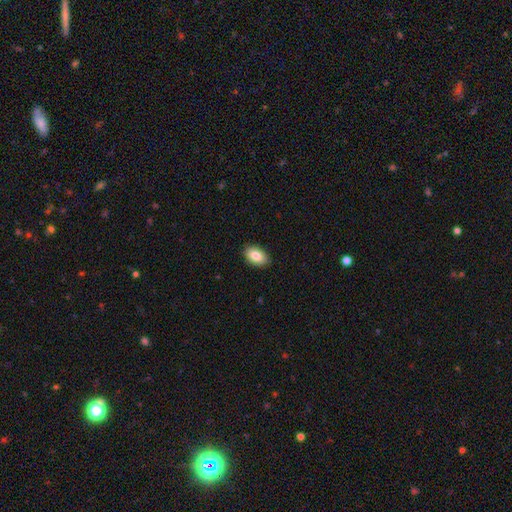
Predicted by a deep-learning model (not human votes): This is clearly a smooth galaxy (86%). How rounded: clearly in between (93%). Merging: clearly none (88%).